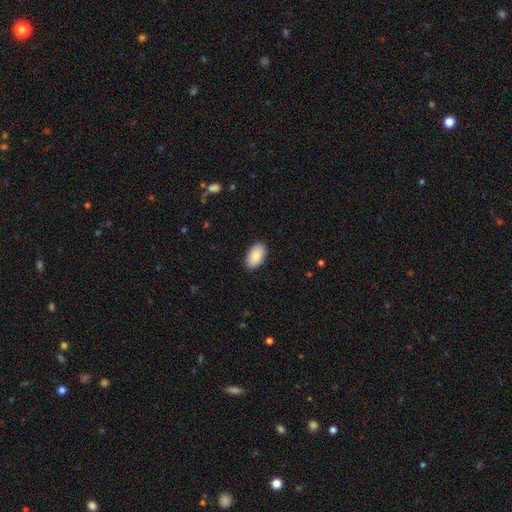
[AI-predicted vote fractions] smooth_or_featured: smooth (p=0.87) [alt: featured or disk p=0.07]
how_rounded: in between (p=0.95) [alt: round p=0.03]
merging: none (p=0.89) [alt: minor disturbance p=0.08]